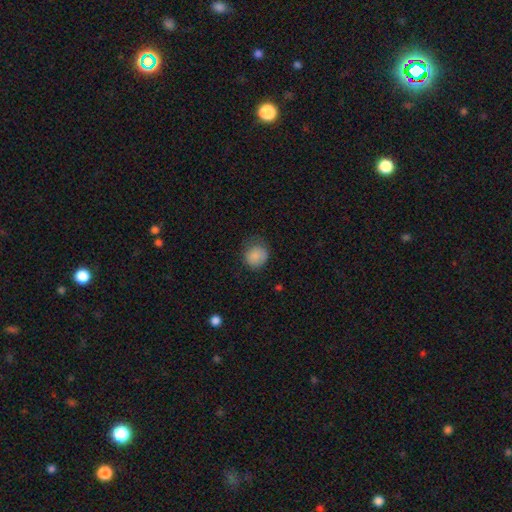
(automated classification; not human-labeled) This is clearly a smooth galaxy (86%). How rounded: clearly round (84%). Merging: likely none (66%).